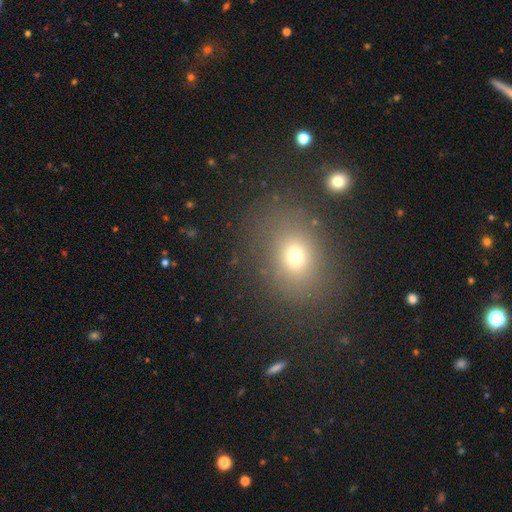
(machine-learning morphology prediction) A smooth galaxy with no disk features (65%) that is in between round and cigar-shaped (50%). Merging: none (82%).